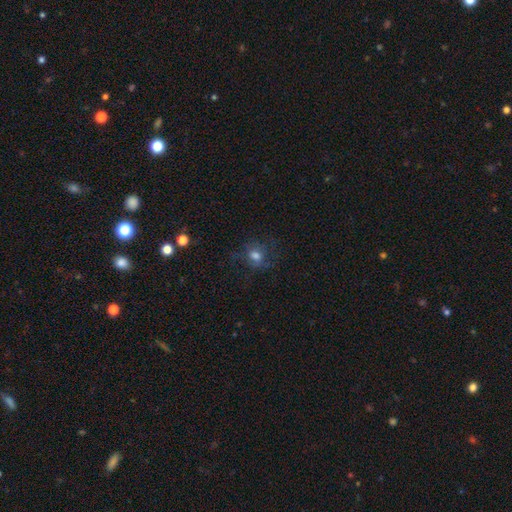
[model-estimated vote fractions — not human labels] smooth-or-featured: smooth: 68% | featured or disk: 16% | star or artifact: 15%
  how-rounded: round: 71% | in between: 28% | cigar-shaped: 1%
  merging: none: 65% | minor disturbance: 18% | major disturbance: 15% | merger: 2%